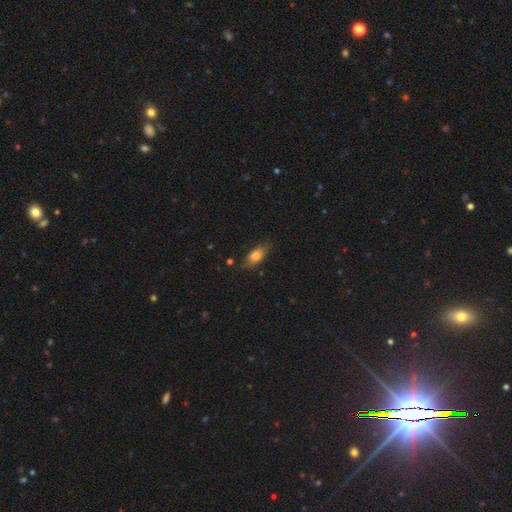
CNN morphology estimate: Smooth or featured? smooth (77%)
How rounded? in between (82%)
Merging? none (77%)